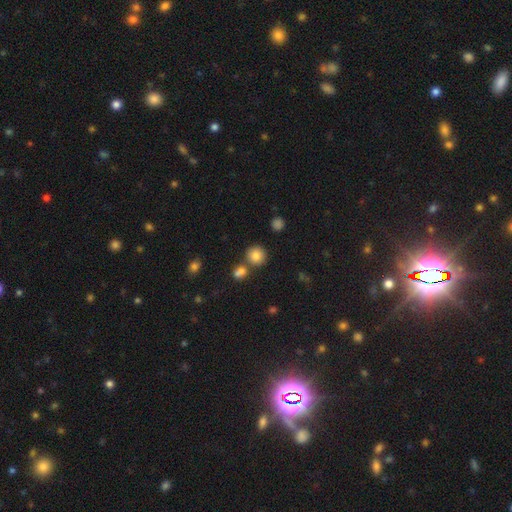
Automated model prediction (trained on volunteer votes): smooth 83%, star or artifact 11%, featured or disk 6%. Down the decision tree: how rounded — round (90%); merging — none (74%).